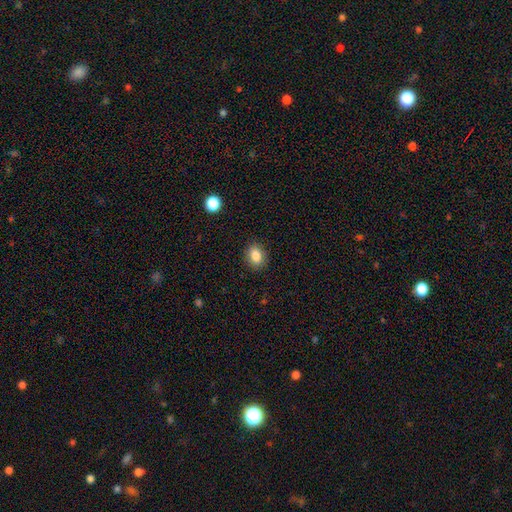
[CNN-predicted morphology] Q: Smooth or featured?
A: smooth (84%); runner-up: star or artifact (9%)
Q: How rounded?
A: in between (59%); runner-up: round (40%)
Q: Merging?
A: none (88%); runner-up: minor disturbance (8%)